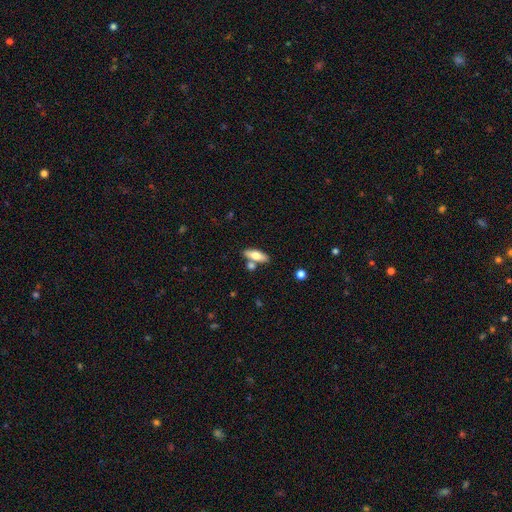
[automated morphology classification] smooth_or_featured: smooth (p=0.67) [alt: featured or disk p=0.27]
how_rounded: in between (p=0.63) [alt: cigar-shaped p=0.34]
merging: none (p=0.70) [alt: merger p=0.16]